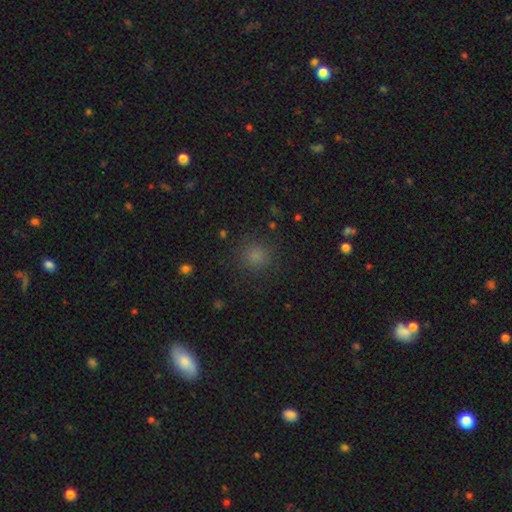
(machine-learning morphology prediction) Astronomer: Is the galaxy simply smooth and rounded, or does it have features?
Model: smooth — 80%.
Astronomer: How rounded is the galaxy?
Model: round — 90%.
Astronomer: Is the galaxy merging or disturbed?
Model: none — 86%.